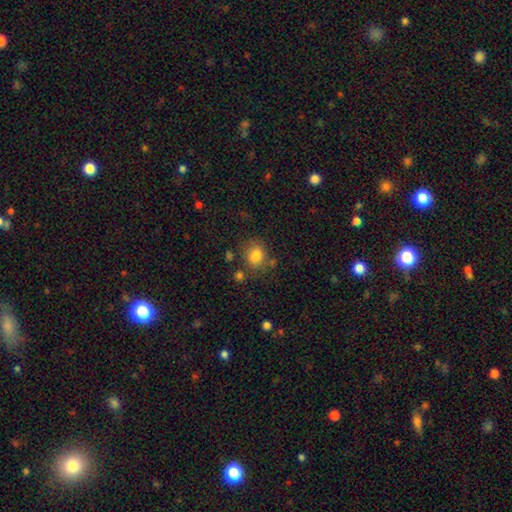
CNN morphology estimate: Smooth or featured?
  - smooth: 81% *
  - star or artifact: 11%
  - featured or disk: 8%
How rounded?
  - round: 61% *
  - in between: 38%
  - cigar-shaped: 1%
Merging?
  - none: 71% *
  - minor disturbance: 16%
  - merger: 7%
  - major disturbance: 6%